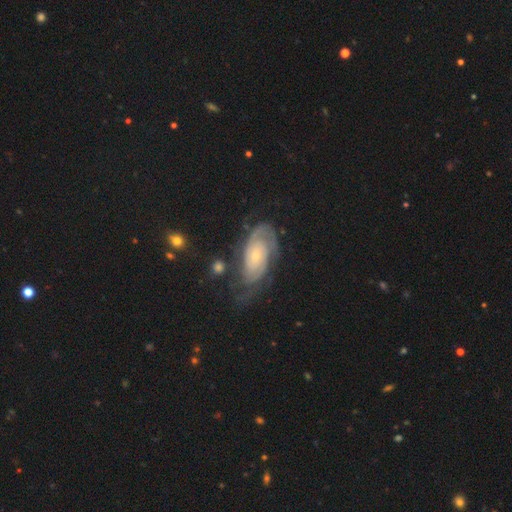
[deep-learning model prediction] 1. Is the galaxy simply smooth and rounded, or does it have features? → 83% featured or disk, 12% smooth, 6% star or artifact.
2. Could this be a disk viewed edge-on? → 96% no, 4% yes.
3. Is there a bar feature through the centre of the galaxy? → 75% no, 20% weak, 5% strong.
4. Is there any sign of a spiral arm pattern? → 95% yes, 5% no.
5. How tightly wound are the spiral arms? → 66% tight, 26% medium, 8% loose.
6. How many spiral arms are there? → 58% 2, 23% can't tell, 8% 3, 5% 1, 3% 4, 3% more than 4.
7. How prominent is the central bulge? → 74% small, 20% moderate, 3% none, 2% large, 1% dominant.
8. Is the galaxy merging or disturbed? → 62% none, 21% minor disturbance, 14% major disturbance, 3% merger.